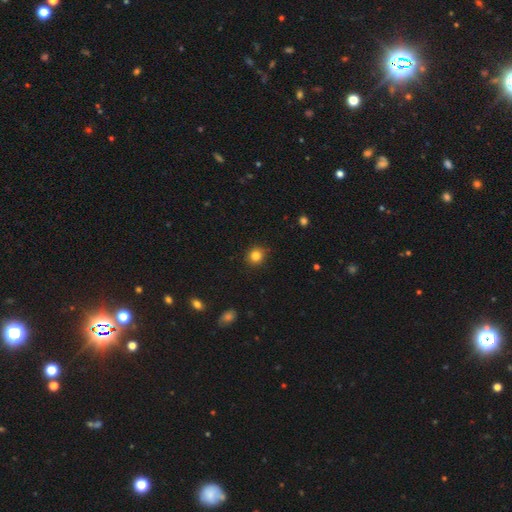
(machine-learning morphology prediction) smooth-or-featured: smooth: 83% | star or artifact: 12% | featured or disk: 5%
  how-rounded: round: 89% | in between: 10% | cigar-shaped: 1%
  merging: none: 90% | minor disturbance: 7% | major disturbance: 2% | merger: 1%